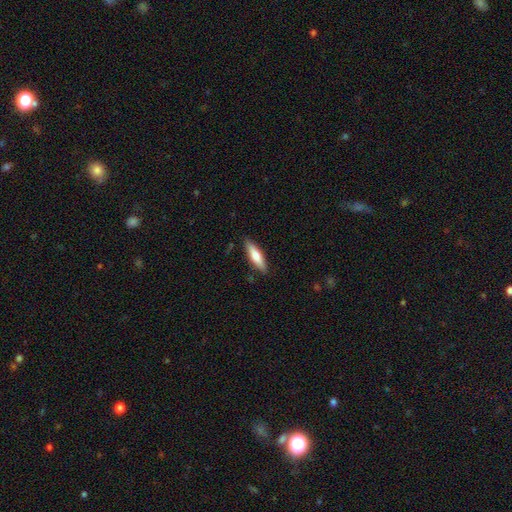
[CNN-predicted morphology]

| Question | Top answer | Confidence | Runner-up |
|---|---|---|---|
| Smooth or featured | smooth | 68% | featured or disk (26%) |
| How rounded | cigar-shaped | 67% | in between (31%) |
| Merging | none | 87% | minor disturbance (10%) |